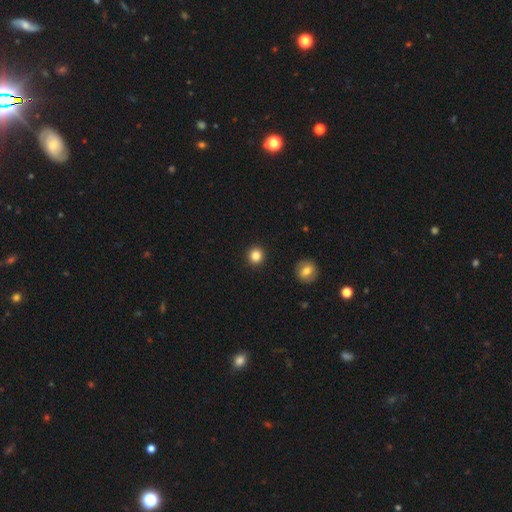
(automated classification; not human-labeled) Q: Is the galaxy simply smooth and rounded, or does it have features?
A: smooth — 84%.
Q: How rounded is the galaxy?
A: round — 93%.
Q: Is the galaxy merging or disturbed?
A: none — 93%.